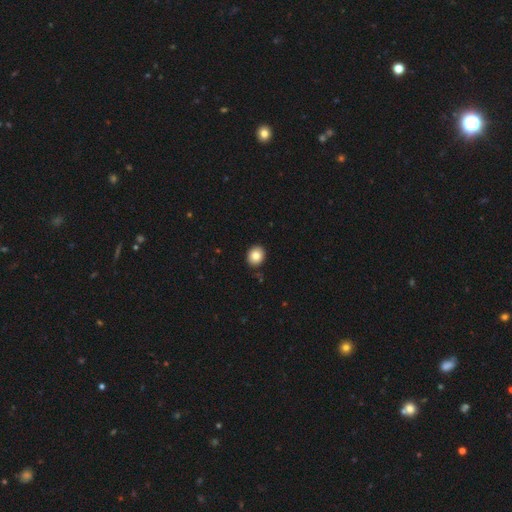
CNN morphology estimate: type=smooth (84%); roundness=round (68%); merging=none (90%).